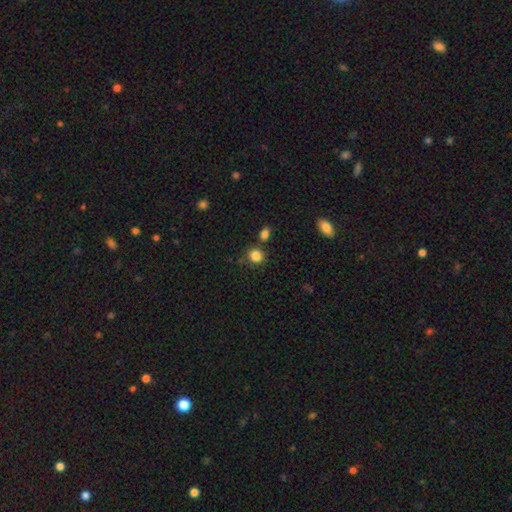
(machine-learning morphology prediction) Smooth or featured? smooth (85%)
How rounded? round (81%)
Merging? none (76%)